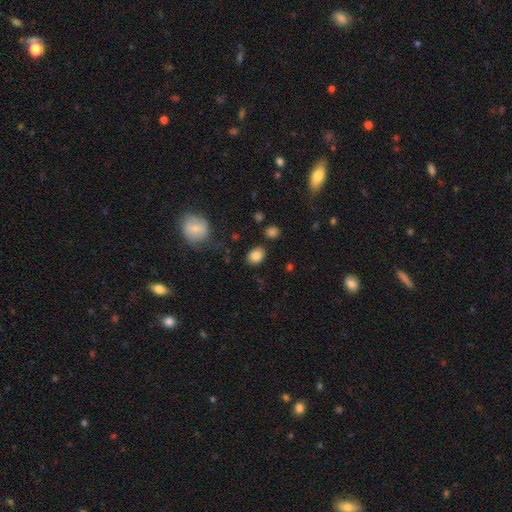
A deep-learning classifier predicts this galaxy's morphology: The model was most divided on "how rounded": in between: 65%, round: 34%, cigar-shaped: 1%. More confident: smooth or featured — smooth (84%); merging — none (82%).